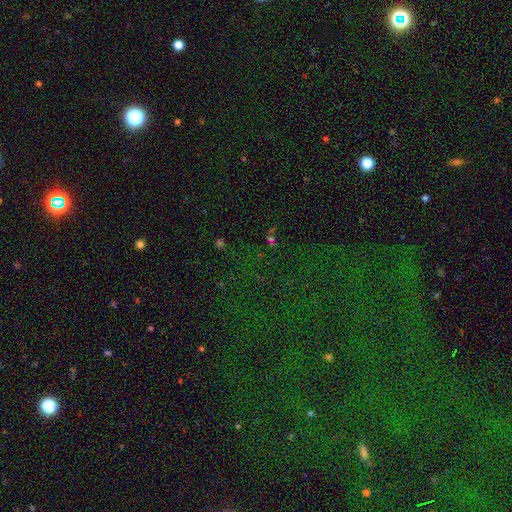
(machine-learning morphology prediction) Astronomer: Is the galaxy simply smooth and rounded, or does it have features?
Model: star or artifact — 80%.